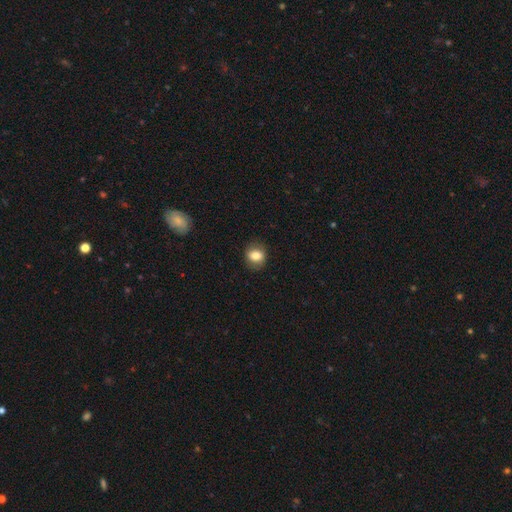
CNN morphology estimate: smooth_or_featured: smooth (p=0.79) [alt: featured or disk p=0.12]
how_rounded: round (p=0.60) [alt: in between p=0.39]
merging: none (p=0.85) [alt: minor disturbance p=0.11]